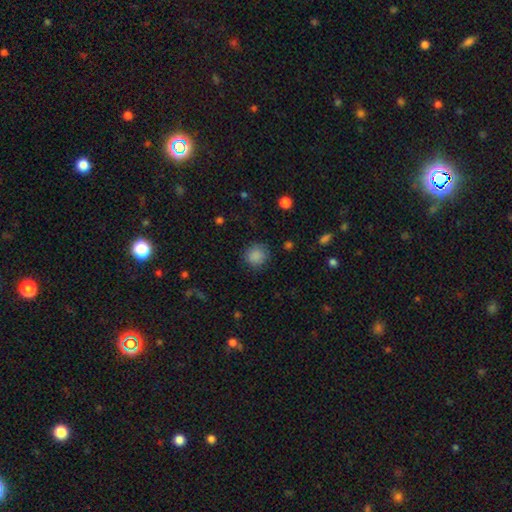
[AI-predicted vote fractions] Overall: smooth (86%). How rounded: round (90%). Merging: none (84%).